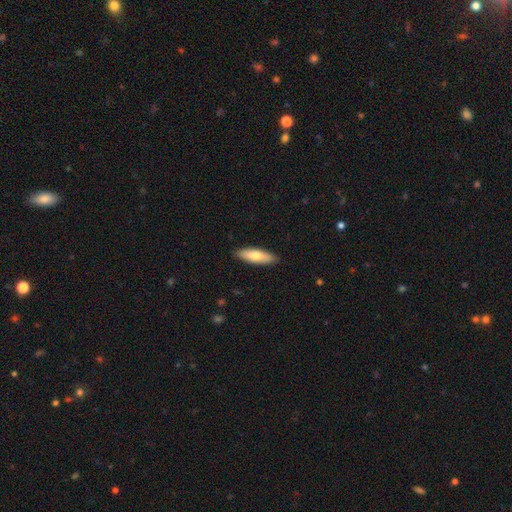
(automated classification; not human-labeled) Q: Smooth or featured?
A: smooth (71%); runner-up: featured or disk (24%)
Q: How rounded?
A: in between (51%); runner-up: cigar-shaped (47%)
Q: Merging?
A: none (88%); runner-up: minor disturbance (9%)